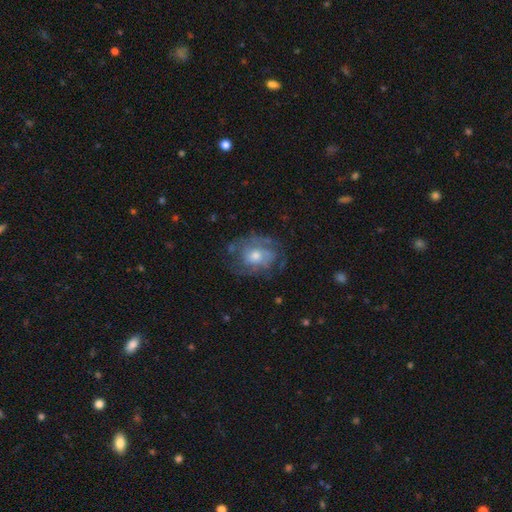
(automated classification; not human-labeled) A featured or disk galaxy (64%) with no bar (79%), spiral arms (68%) and a moderate central bulge (60%). Merging: none (62%).